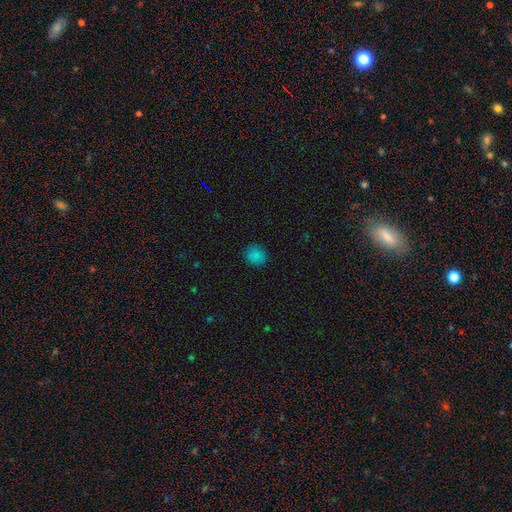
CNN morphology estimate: Smooth or featured?
  - smooth: 83% *
  - star or artifact: 13%
  - featured or disk: 4%
How rounded?
  - round: 80% *
  - in between: 19%
  - cigar-shaped: 1%
Merging?
  - none: 87% *
  - minor disturbance: 9%
  - major disturbance: 2%
  - merger: 1%